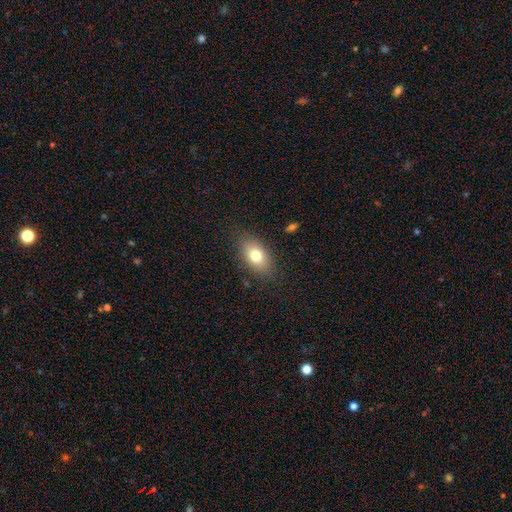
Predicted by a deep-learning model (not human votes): Smooth or featured?
  - smooth: 76% *
  - featured or disk: 15%
  - star or artifact: 9%
How rounded?
  - in between: 86% *
  - round: 11%
  - cigar-shaped: 3%
Merging?
  - none: 83% *
  - minor disturbance: 12%
  - major disturbance: 4%
  - merger: 1%